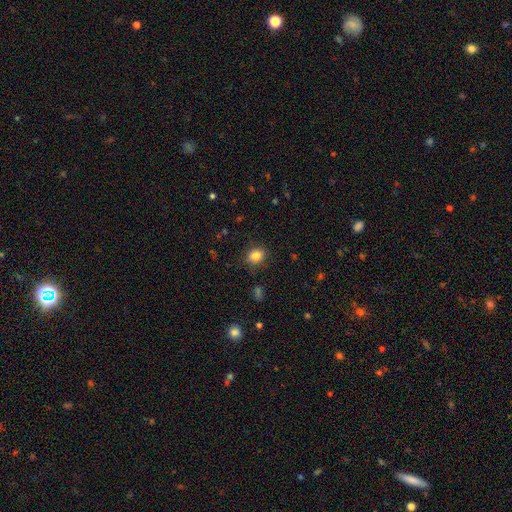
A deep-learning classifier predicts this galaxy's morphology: Smooth or featured: smooth — 84% (star or artifact — 10%)
How rounded: in between — 59% (round — 40%)
Merging: none — 84% (minor disturbance — 11%)